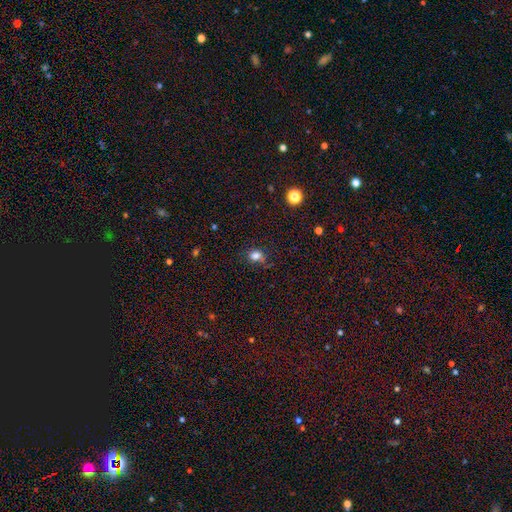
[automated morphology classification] The model was most divided on "how rounded": round: 56%, in between: 43%, cigar-shaped: 1%. More confident: smooth or featured — smooth (79%); merging — none (62%).